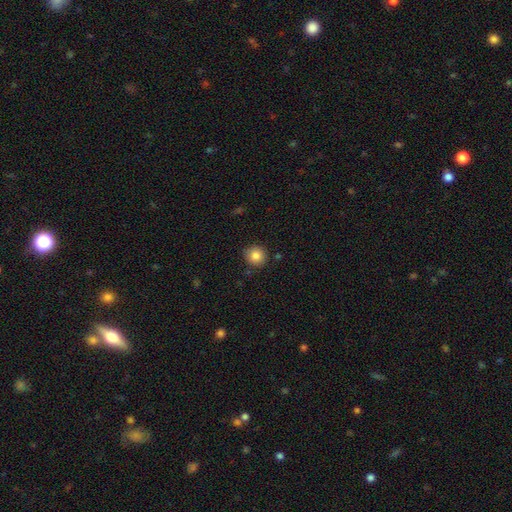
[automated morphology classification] smooth-or-featured: smooth: 84% | star or artifact: 10% | featured or disk: 6%
  how-rounded: round: 92% | in between: 7% | cigar-shaped: 1%
  merging: none: 87% | minor disturbance: 9% | major disturbance: 2% | merger: 2%